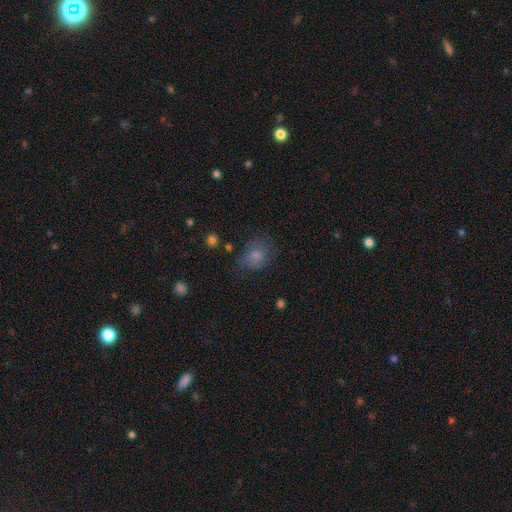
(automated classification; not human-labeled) This is likely a smooth galaxy (70%). How rounded: possibly in between (54%). Merging: possibly none (51%).